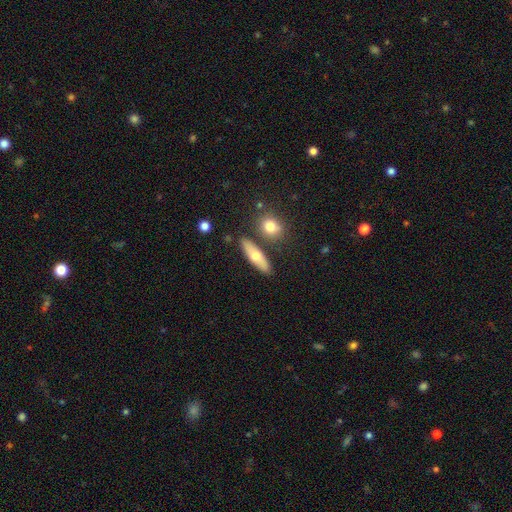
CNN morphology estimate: The model was most divided on "how rounded": cigar-shaped: 54%, in between: 42%, round: 4%. More confident: merging — none (80%); smooth or featured — smooth (63%).